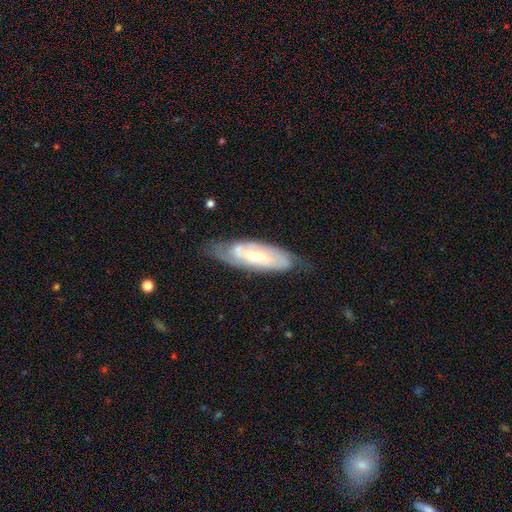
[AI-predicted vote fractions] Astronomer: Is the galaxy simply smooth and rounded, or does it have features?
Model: featured or disk — 70%.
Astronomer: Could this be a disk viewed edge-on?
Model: no — 80%.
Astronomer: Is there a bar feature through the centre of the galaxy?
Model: no — 44% (runner-up: weak, 40%).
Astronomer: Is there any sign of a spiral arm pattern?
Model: yes — 85%.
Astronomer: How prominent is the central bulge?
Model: moderate — 52% (runner-up: small, 34%).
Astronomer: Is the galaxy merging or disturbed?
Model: none — 66%.